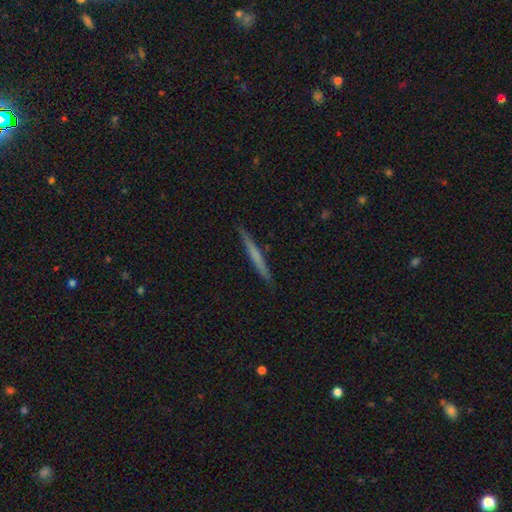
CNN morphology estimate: A smooth galaxy with no disk features (53%) that is cigar-shaped (97%). Merging: none (92%).